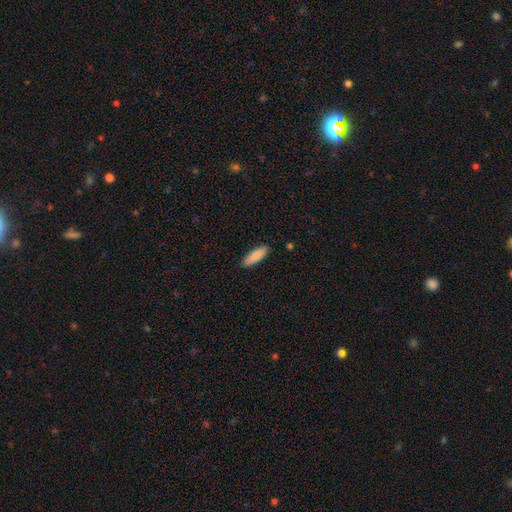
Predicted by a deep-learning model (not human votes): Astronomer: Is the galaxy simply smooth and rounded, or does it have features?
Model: smooth — 86%.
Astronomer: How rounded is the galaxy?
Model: cigar-shaped — 52% (runner-up: in between, 47%).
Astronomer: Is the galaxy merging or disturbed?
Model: none — 88%.